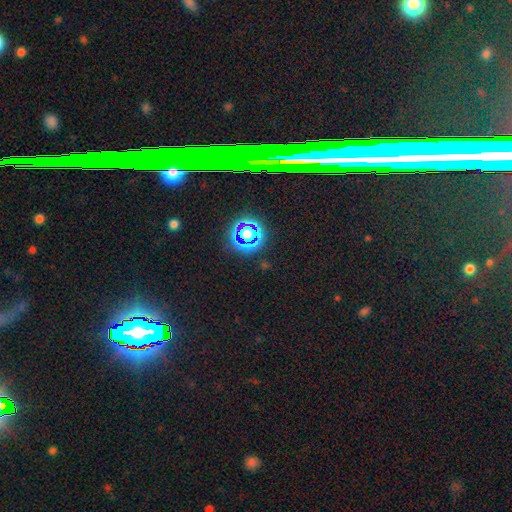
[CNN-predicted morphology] Smooth or featured? star or artifact (76%)